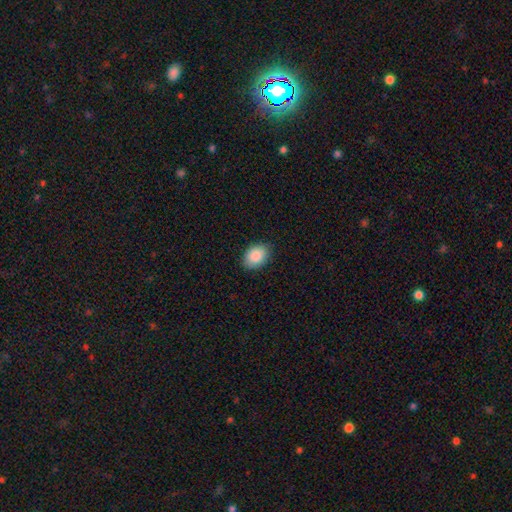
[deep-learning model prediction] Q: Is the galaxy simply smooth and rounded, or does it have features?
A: smooth — 88%.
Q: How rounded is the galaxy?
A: in between — 78%.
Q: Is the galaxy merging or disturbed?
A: none — 87%.